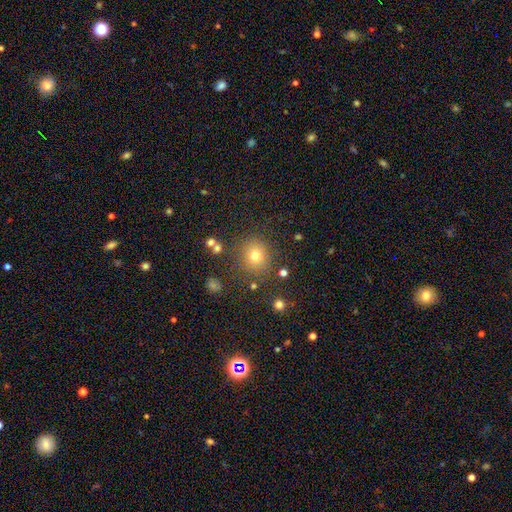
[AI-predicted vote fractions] This is likely a smooth galaxy (74%). How rounded: clearly round (87%). Merging: clearly none (83%).